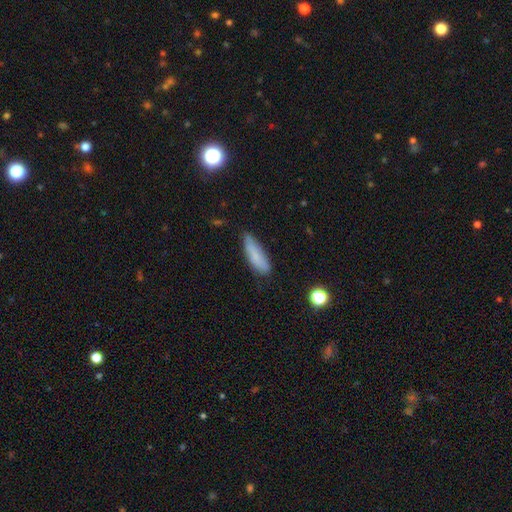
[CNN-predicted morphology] A smooth galaxy with no disk features (78%) that is cigar-shaped (54%).

Vote fractions:
- Smooth or featured? smooth: 78% / featured or disk: 15% / star or artifact: 8%
- How rounded? cigar-shaped: 54% / in between: 44% / round: 2%
- Merging? none: 66% / minor disturbance: 27% / major disturbance: 5% / merger: 2%